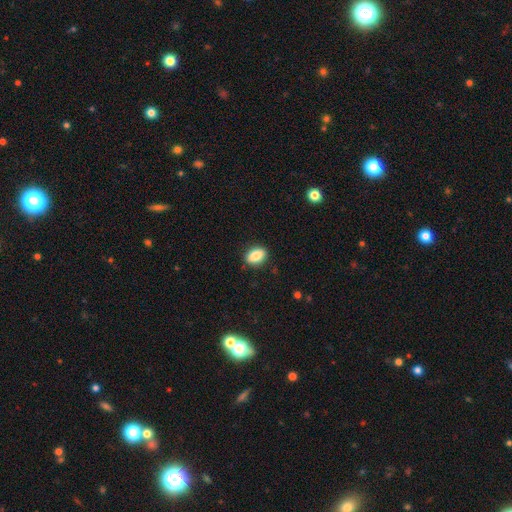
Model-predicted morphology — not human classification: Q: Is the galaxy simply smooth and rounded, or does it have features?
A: smooth — 86%.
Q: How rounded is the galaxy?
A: in between — 84%.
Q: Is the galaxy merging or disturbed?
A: none — 86%.